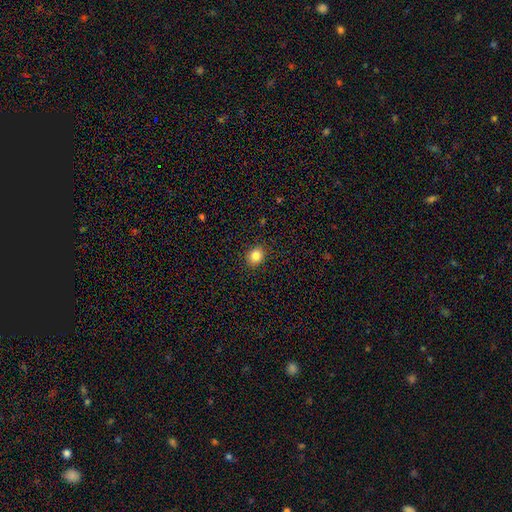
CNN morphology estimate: The model was most divided on "how rounded": round: 63%, in between: 36%, cigar-shaped: 1%. More confident: merging — none (90%); smooth or featured — smooth (84%).